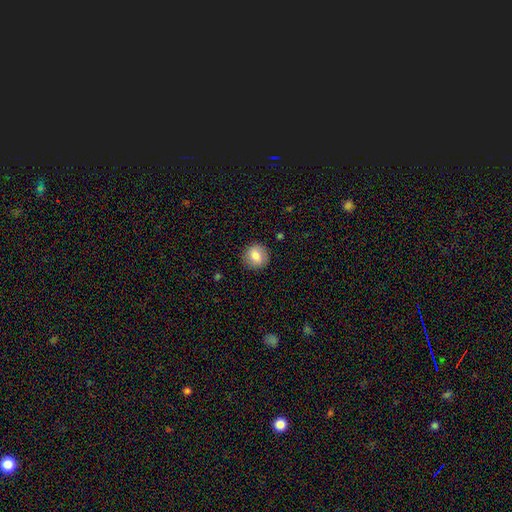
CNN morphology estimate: type=smooth (82%); roundness=round (85%); merging=none (86%).